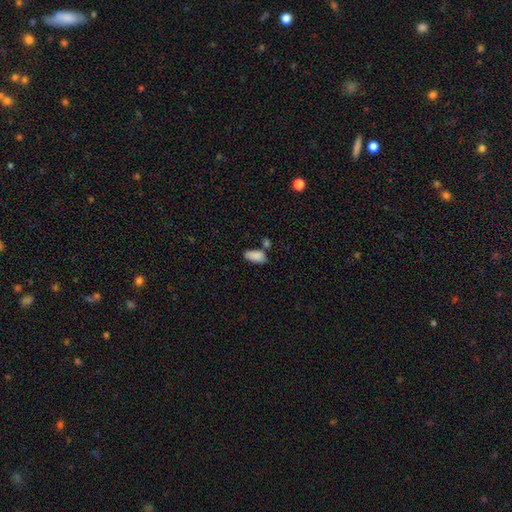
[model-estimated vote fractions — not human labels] The model was most divided on "merging": none: 62%, merger: 17%, minor disturbance: 17%, major disturbance: 4%. More confident: how rounded — in between (90%); smooth or featured — smooth (87%).